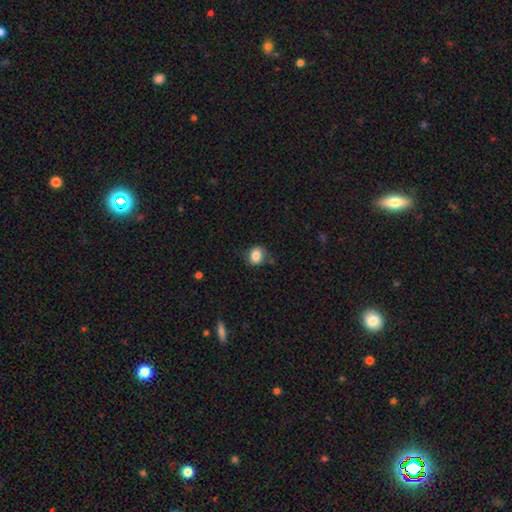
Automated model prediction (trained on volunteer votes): Morphology: type=smooth (84%); roundness=round (54%); merging=none (73%).